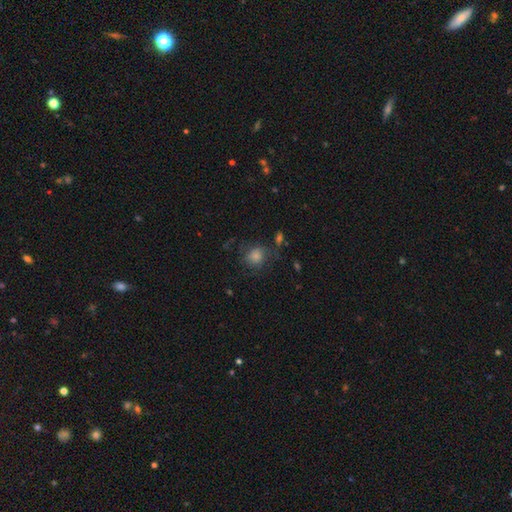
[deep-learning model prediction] A smooth galaxy with no disk features (63%) that is round (81%).

Vote fractions:
- Smooth or featured? smooth: 63% / star or artifact: 22% / featured or disk: 15%
- How rounded? round: 81% / in between: 18% / cigar-shaped: 1%
- Merging? none: 69% / minor disturbance: 17% / major disturbance: 10% / merger: 4%